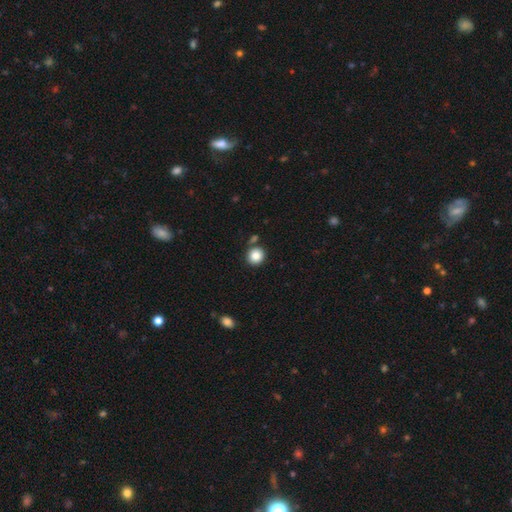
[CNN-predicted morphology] Q: Smooth or featured?
A: smooth (85%); runner-up: star or artifact (9%)
Q: How rounded?
A: round (91%); runner-up: in between (8%)
Q: Merging?
A: none (82%); runner-up: merger (8%)